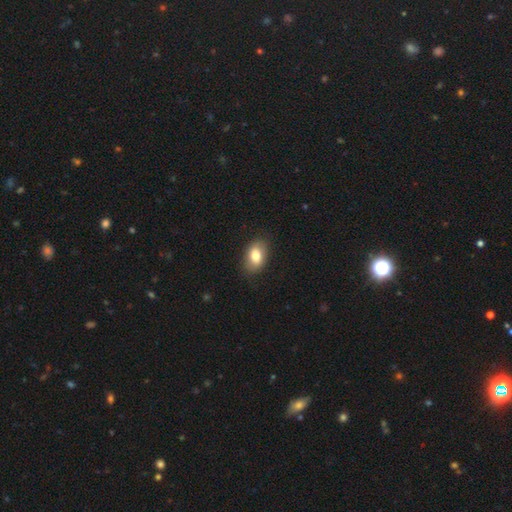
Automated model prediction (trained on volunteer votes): Smooth or featured? Predicted: smooth (p=0.79). How rounded? Predicted: in between (p=0.87). Merging? Predicted: none (p=0.84).